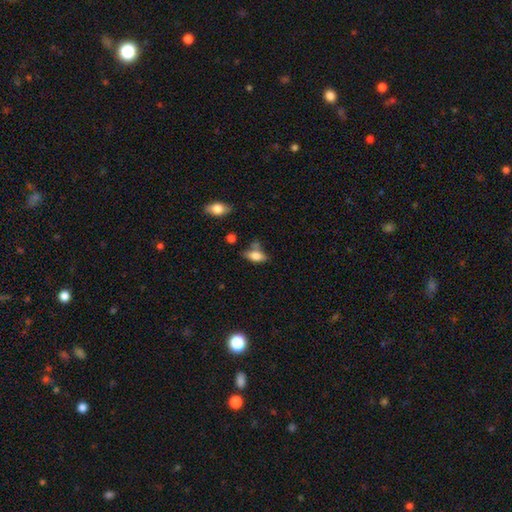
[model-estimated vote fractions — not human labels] Overall: smooth (74%). How rounded: in between (82%). Merging: none (55%; minor disturbance 23%).